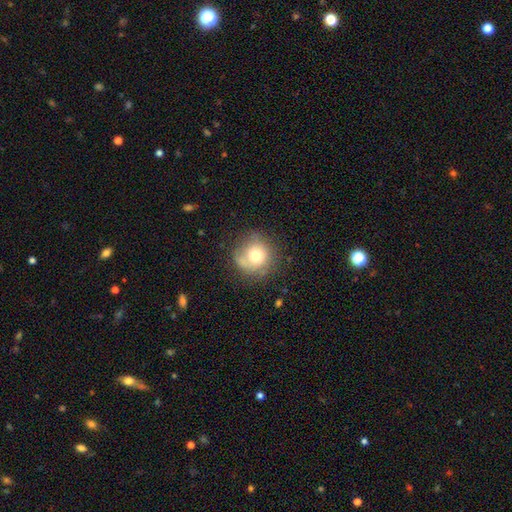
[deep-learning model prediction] Overall: smooth (66%). How rounded: round (88%). Merging: none (63%; minor disturbance 23%).